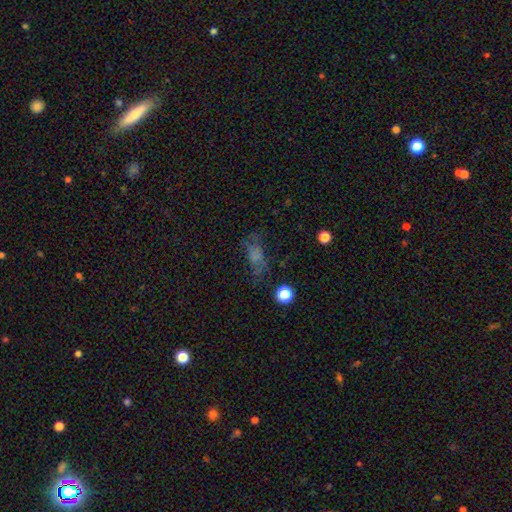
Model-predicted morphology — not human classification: A smooth galaxy with no disk features (53%) that is in between round and cigar-shaped (74%). Merging: none (50%).